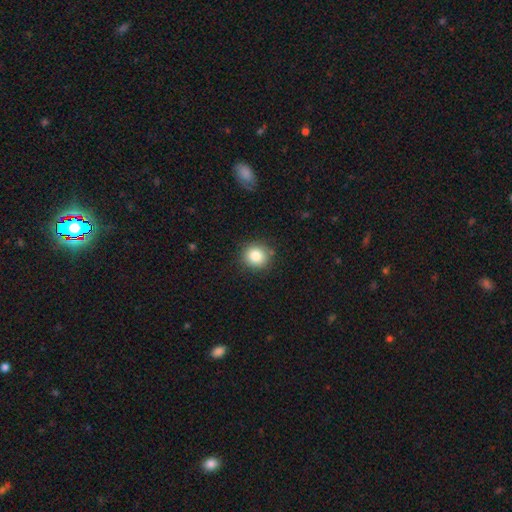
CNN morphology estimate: A smooth galaxy with no disk features (84%) that is round (89%). Merging: none (86%).